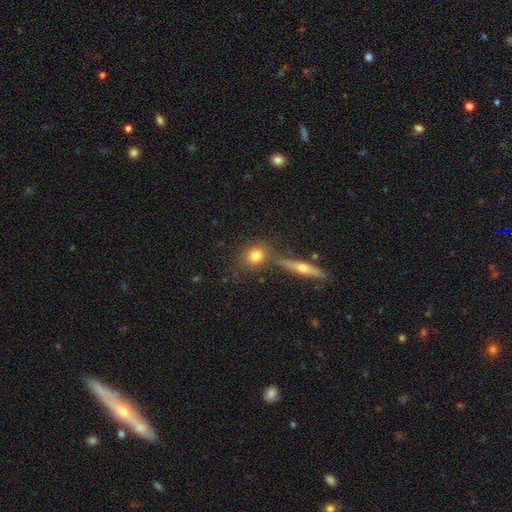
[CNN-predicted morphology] smooth 76%, featured or disk 14%, star or artifact 10%. Down the decision tree: how rounded — round (75%); merging — none (70%).